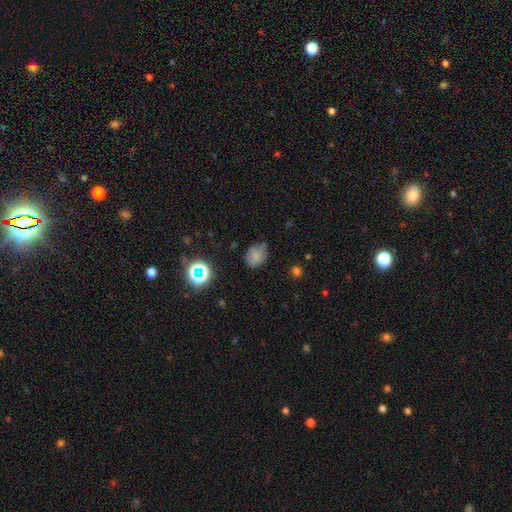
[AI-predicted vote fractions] Smooth or featured: smooth — 75% (star or artifact — 16%)
How rounded: in between — 60% (round — 39%)
Merging: none — 58% (minor disturbance — 33%)